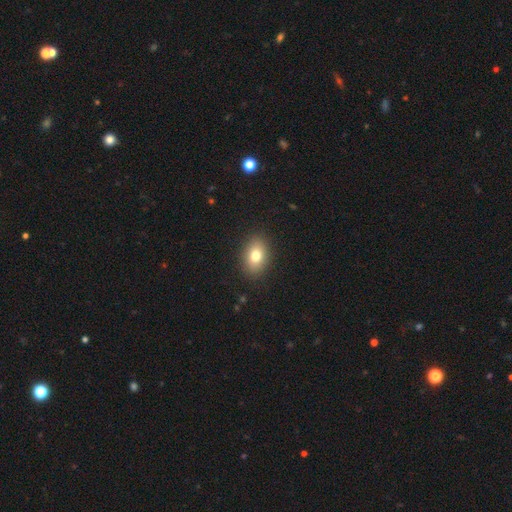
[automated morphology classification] Overall: smooth (78%). How rounded: in between (80%). Merging: none (88%).